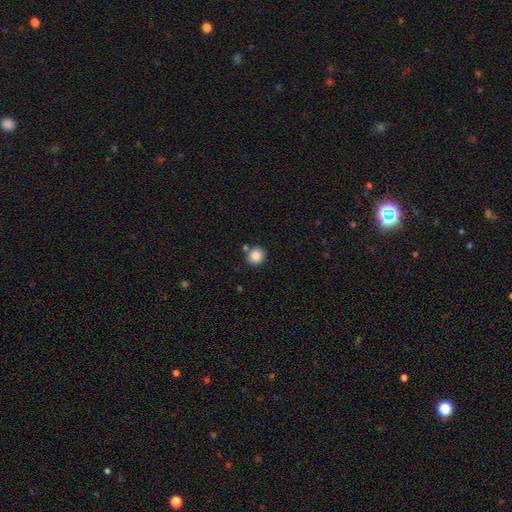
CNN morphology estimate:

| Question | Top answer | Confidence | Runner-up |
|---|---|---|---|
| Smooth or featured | smooth | 86% | star or artifact (9%) |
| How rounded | round | 89% | in between (10%) |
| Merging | none | 81% | merger (8%) |